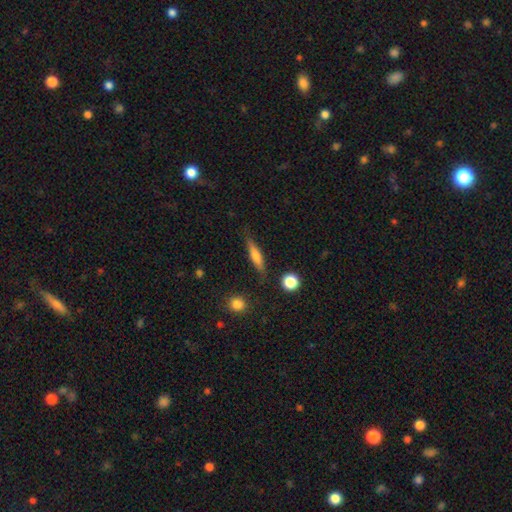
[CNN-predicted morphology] Smooth or featured?
  - smooth: 63% *
  - featured or disk: 29%
  - star or artifact: 7%
How rounded?
  - cigar-shaped: 77% *
  - in between: 20%
  - round: 3%
Merging?
  - none: 80% *
  - minor disturbance: 14%
  - major disturbance: 4%
  - merger: 2%